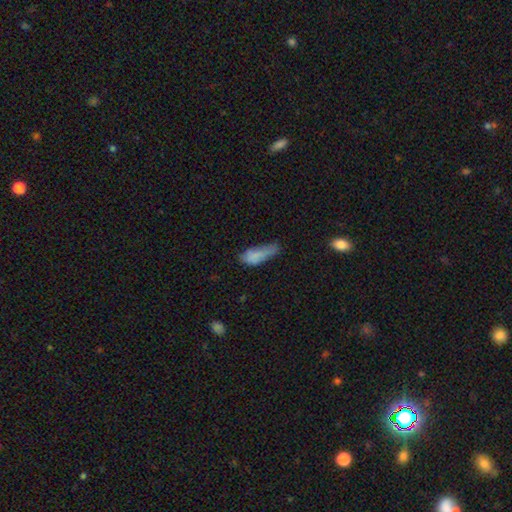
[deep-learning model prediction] Smooth or featured? smooth (75%)
How rounded? in between (67%)
Merging? minor disturbance (39%)